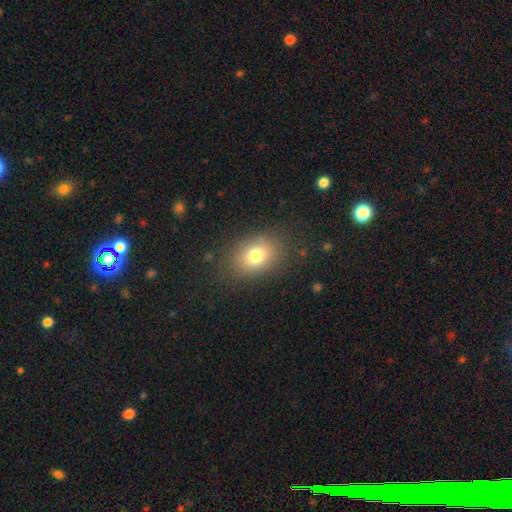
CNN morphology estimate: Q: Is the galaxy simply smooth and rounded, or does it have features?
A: smooth — 76%.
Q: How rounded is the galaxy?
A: in between — 66%.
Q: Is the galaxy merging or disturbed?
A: none — 83%.